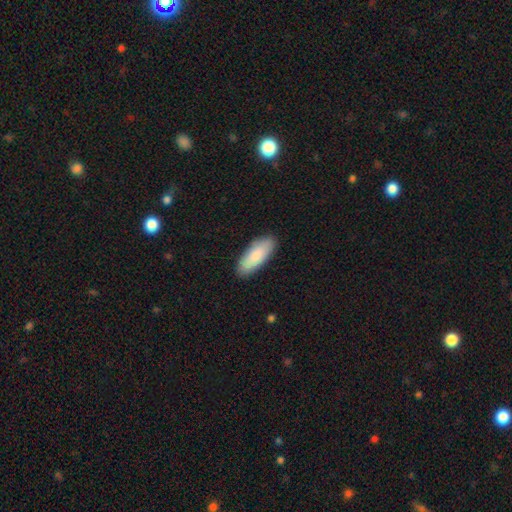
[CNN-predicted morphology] This appears to be a smooth galaxy with no disk features (85%) that is in between round and cigar-shaped (75%). Merging: none (89%).